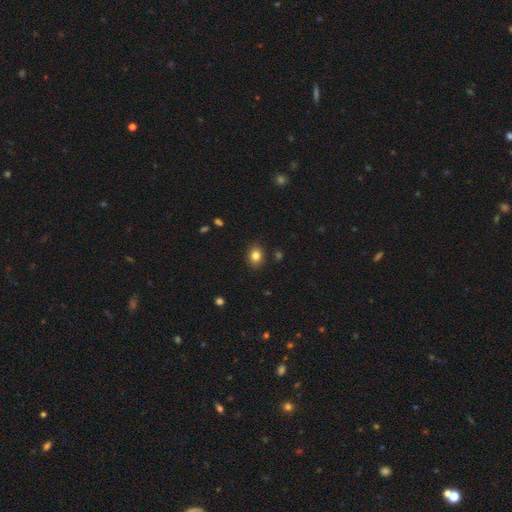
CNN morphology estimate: smooth_or_featured: smooth (p=0.83) [alt: star or artifact p=0.11]
how_rounded: round (p=0.52) [alt: in between p=0.47]
merging: none (p=0.87) [alt: minor disturbance p=0.09]